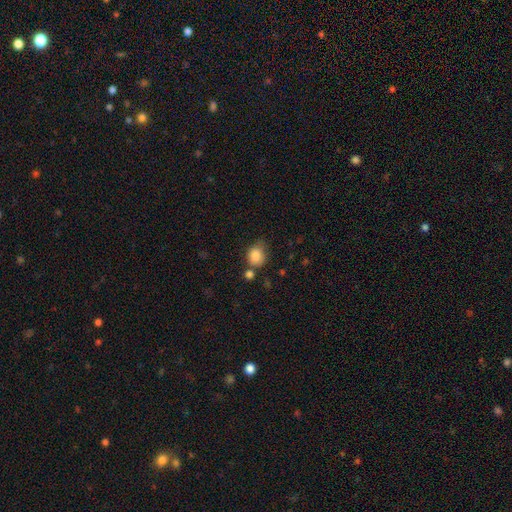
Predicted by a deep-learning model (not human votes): smooth-or-featured: smooth: 86% | star or artifact: 9% | featured or disk: 5%
  how-rounded: round: 64% | in between: 35% | cigar-shaped: 1%
  merging: none: 55% | minor disturbance: 25% | merger: 13% | major disturbance: 7%